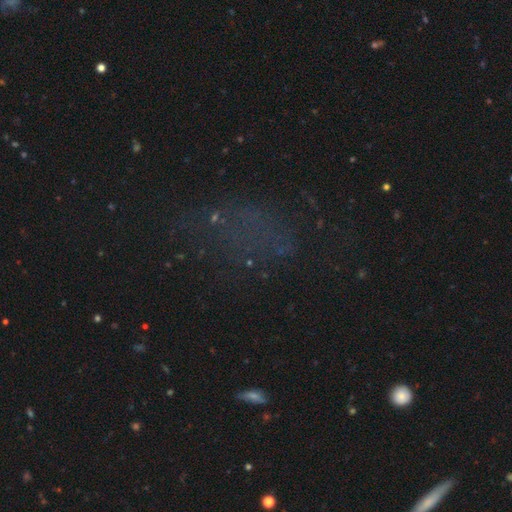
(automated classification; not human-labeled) Smooth or featured: star or artifact — 50% (smooth — 28%)